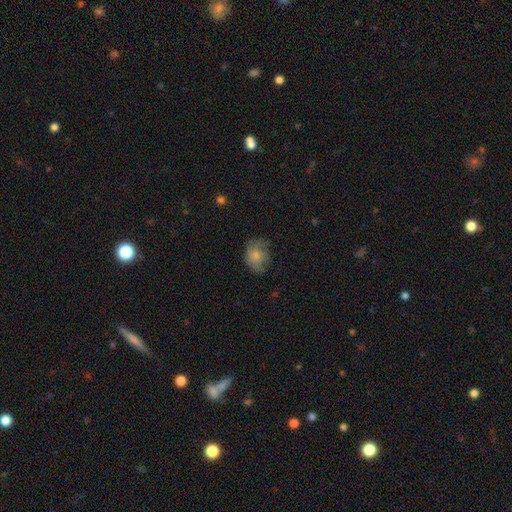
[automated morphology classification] smooth-or-featured: smooth: 74% | featured or disk: 17% | star or artifact: 9%
  how-rounded: in between: 52% | round: 47% | cigar-shaped: 1%
  merging: none: 57% | minor disturbance: 29% | major disturbance: 13% | merger: 2%